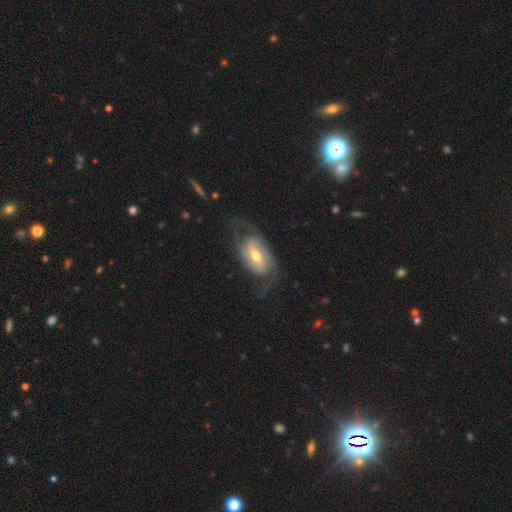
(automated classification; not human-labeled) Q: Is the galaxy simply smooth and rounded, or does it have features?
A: featured or disk — 80%.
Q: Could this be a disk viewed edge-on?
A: no — 94%.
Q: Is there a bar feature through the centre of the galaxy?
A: weak — 45%.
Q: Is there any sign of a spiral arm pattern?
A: yes — 92%.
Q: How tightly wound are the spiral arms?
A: medium — 43%.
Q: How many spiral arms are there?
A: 2 — 79%.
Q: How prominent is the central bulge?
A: moderate — 63%.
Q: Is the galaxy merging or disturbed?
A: none — 64%.